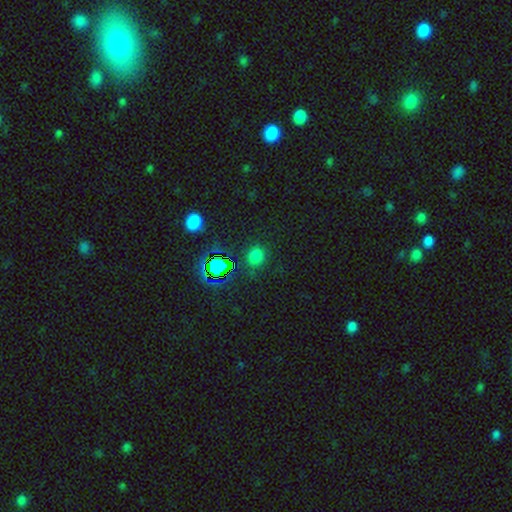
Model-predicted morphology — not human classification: smooth 64%, star or artifact 30%, featured or disk 6%. Down the decision tree: how rounded — round (68%); merging — none (84%).